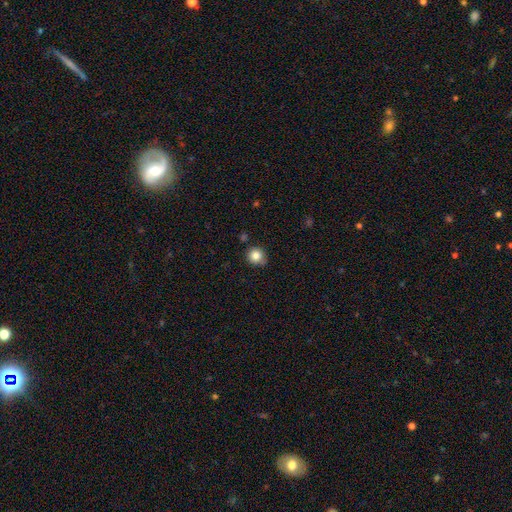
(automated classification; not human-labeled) Q: Smooth or featured?
A: smooth (84%); runner-up: star or artifact (11%)
Q: How rounded?
A: round (91%); runner-up: in between (8%)
Q: Merging?
A: none (79%); runner-up: minor disturbance (15%)